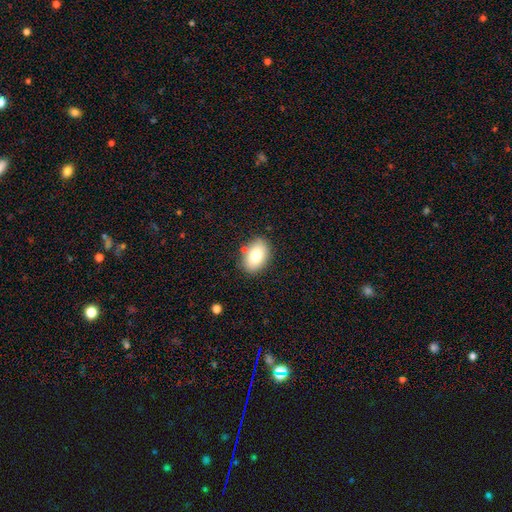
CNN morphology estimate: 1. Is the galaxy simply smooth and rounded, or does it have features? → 78% smooth, 14% featured or disk, 8% star or artifact.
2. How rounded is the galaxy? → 83% in between, 16% round, 1% cigar-shaped.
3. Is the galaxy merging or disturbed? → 83% none, 11% minor disturbance, 3% merger, 3% major disturbance.